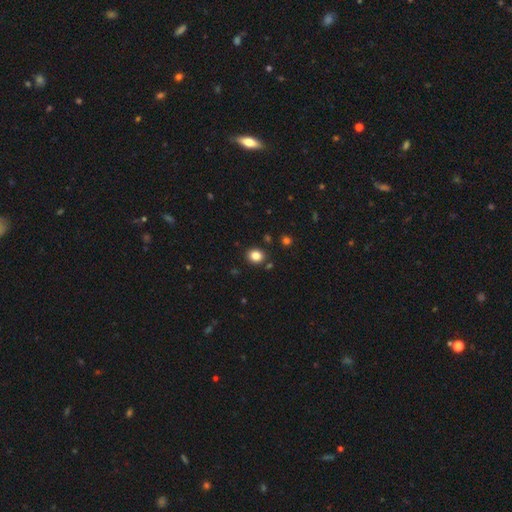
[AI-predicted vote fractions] Overall: smooth (84%). How rounded: round (68%; in between 31%). Merging: none (87%).